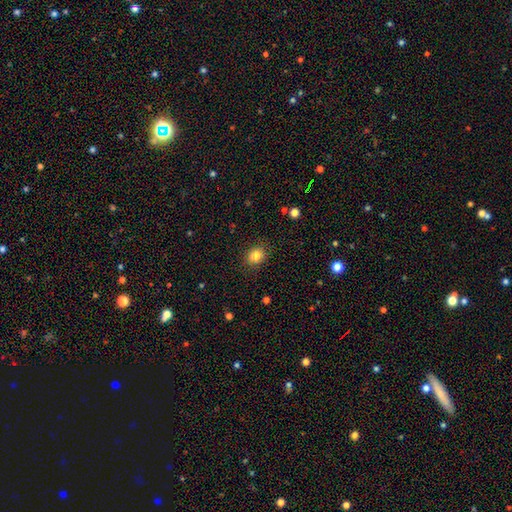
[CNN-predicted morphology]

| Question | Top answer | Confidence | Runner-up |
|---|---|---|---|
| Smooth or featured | smooth | 83% | star or artifact (11%) |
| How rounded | round | 62% | in between (37%) |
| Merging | none | 88% | minor disturbance (9%) |